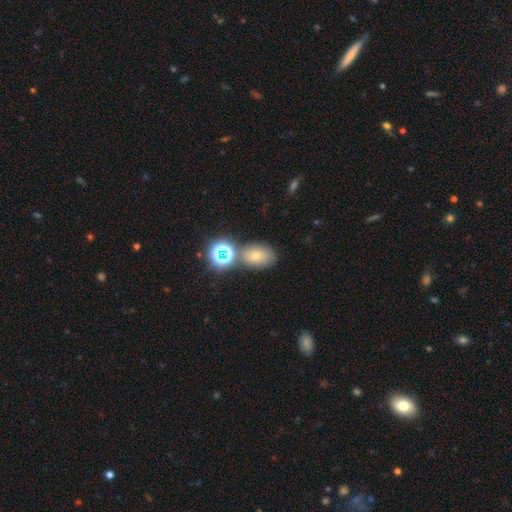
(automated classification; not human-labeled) Smooth or featured? smooth (51%)
How rounded? in between (68%)
Merging? none (69%)